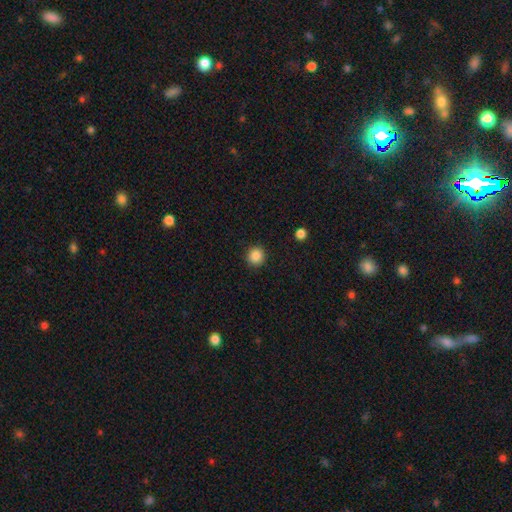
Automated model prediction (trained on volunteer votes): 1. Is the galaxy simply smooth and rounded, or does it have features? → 87% smooth, 10% star or artifact, 3% featured or disk.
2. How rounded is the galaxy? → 92% round, 7% in between, 1% cigar-shaped.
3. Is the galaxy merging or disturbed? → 91% none, 6% minor disturbance, 2% major disturbance, 1% merger.